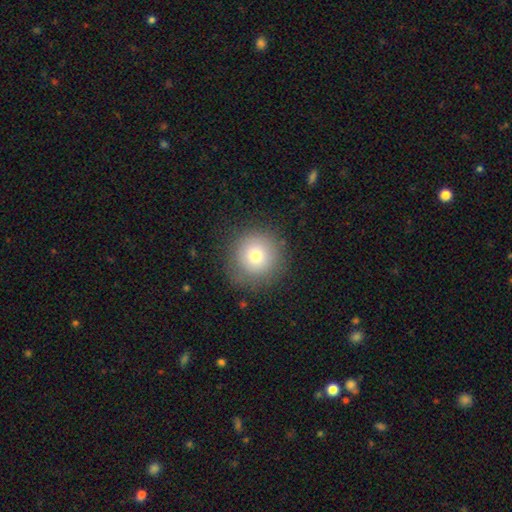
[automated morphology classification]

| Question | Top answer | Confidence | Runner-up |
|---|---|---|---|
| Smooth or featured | smooth | 75% | star or artifact (13%) |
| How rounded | round | 95% | in between (4%) |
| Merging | none | 85% | minor disturbance (10%) |